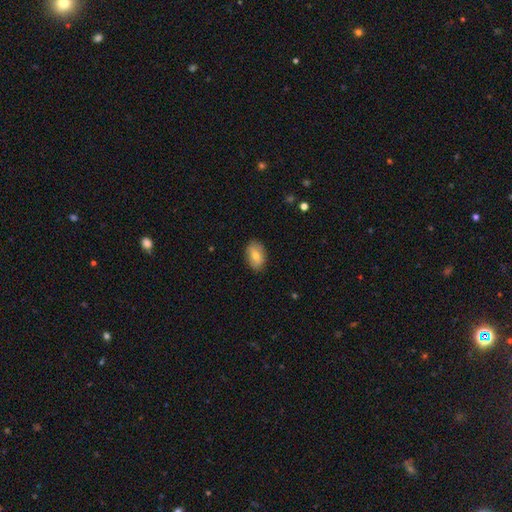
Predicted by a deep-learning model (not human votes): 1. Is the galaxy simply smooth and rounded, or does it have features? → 69% smooth, 23% featured or disk, 8% star or artifact.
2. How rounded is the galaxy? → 84% in between, 14% round, 2% cigar-shaped.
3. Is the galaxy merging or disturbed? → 85% none, 12% minor disturbance, 3% major disturbance, 1% merger.